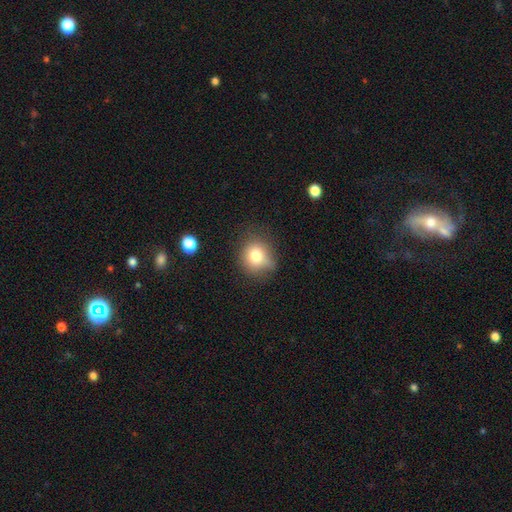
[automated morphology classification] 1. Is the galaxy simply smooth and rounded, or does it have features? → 78% smooth, 12% star or artifact, 11% featured or disk.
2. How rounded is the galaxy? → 79% round, 20% in between, 1% cigar-shaped.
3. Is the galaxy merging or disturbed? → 64% none, 25% minor disturbance, 8% major disturbance, 3% merger.